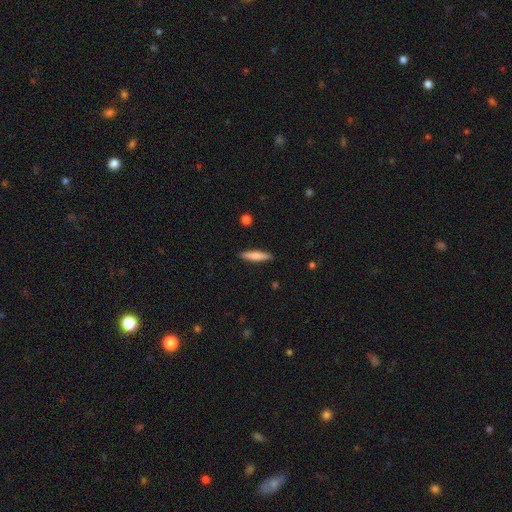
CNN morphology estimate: smooth-or-featured: smooth: 73% | featured or disk: 21% | star or artifact: 6%
  how-rounded: cigar-shaped: 84% | in between: 14% | round: 2%
  merging: none: 90% | minor disturbance: 7% | major disturbance: 2% | merger: 1%